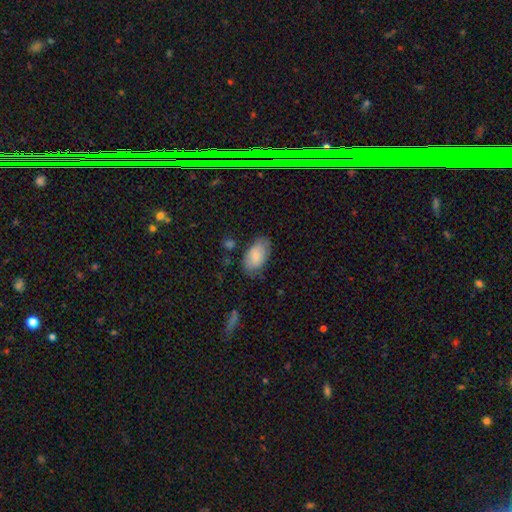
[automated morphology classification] Smooth or featured? Predicted: smooth (p=0.79). How rounded? Predicted: in between (p=0.94). Merging? Predicted: none (p=0.69).